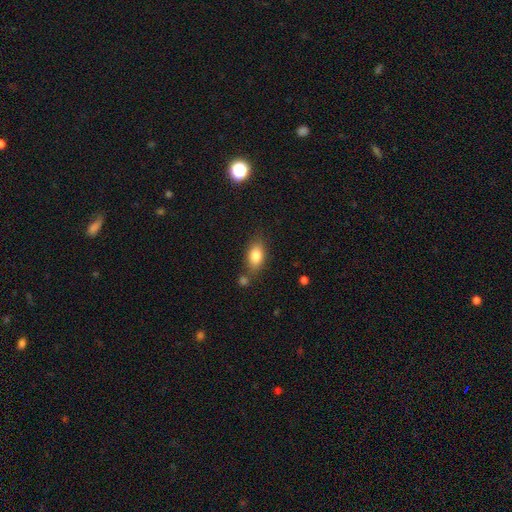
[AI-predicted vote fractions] A smooth galaxy with no disk features (82%) that is in between round and cigar-shaped (87%).

Vote fractions:
- Smooth or featured? smooth: 82% / featured or disk: 9% / star or artifact: 8%
- How rounded? in between: 87% / round: 8% / cigar-shaped: 5%
- Merging? none: 70% / minor disturbance: 15% / merger: 11% / major disturbance: 4%